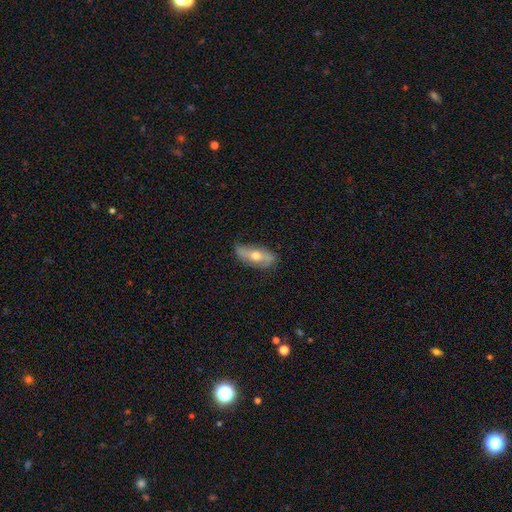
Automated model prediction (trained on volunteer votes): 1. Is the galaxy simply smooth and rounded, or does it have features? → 49% featured or disk, 45% smooth, 6% star or artifact.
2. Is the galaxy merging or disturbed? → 73% none, 21% minor disturbance, 4% major disturbance, 1% merger.